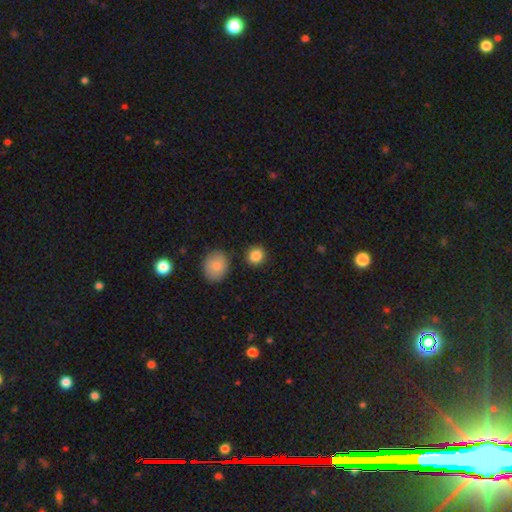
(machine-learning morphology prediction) This is clearly a smooth galaxy (86%). How rounded: clearly round (86%). Merging: clearly none (86%).